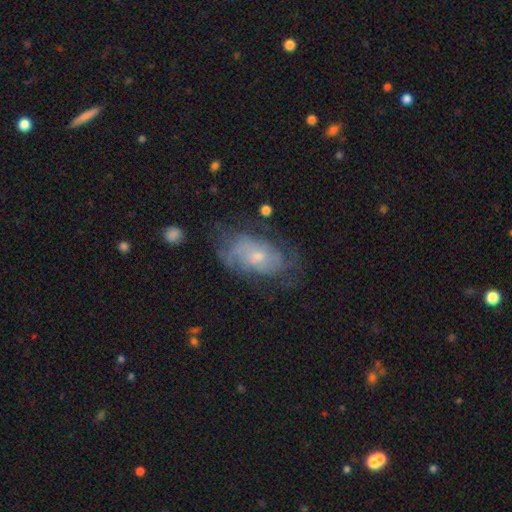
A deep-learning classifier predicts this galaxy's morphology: featured or disk 63%, smooth 29%, star or artifact 8%. Down the decision tree: edge-on disk — no (95%); bar — no (71%); spiral arms — yes (72%); bulge size — small (57%); merging — none (53%).